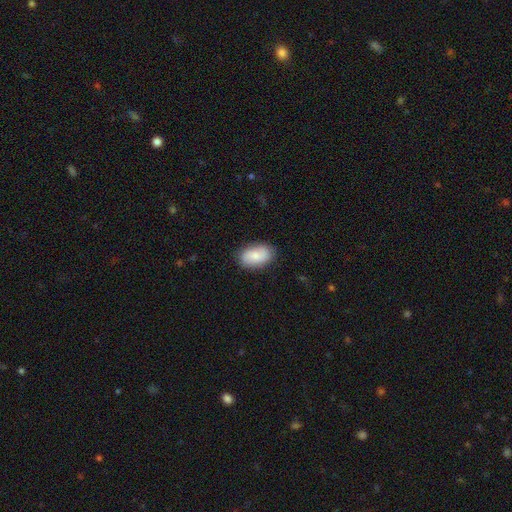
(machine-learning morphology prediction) Overall: smooth (73%). How rounded: in between (92%). Merging: none (83%).